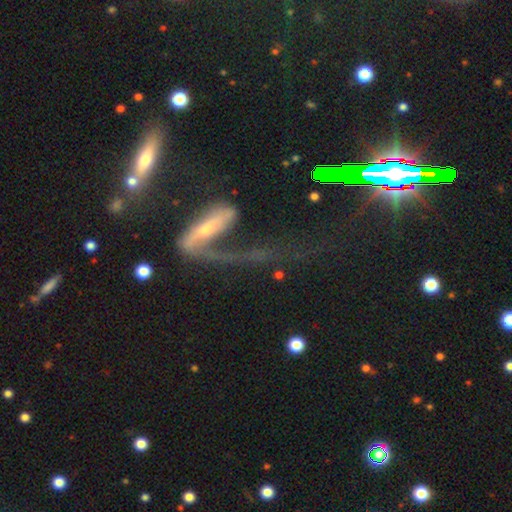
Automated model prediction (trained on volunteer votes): This appears to be a featured or disk galaxy (66%) with no bar (43%), spiral arms (74%) and a small central bulge (51%). Merging: major disturbance (52%).